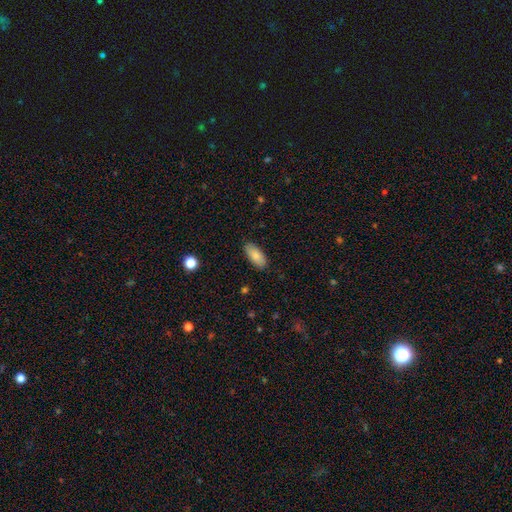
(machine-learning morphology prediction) Smooth or featured? smooth (83%)
How rounded? in between (88%)
Merging? none (87%)